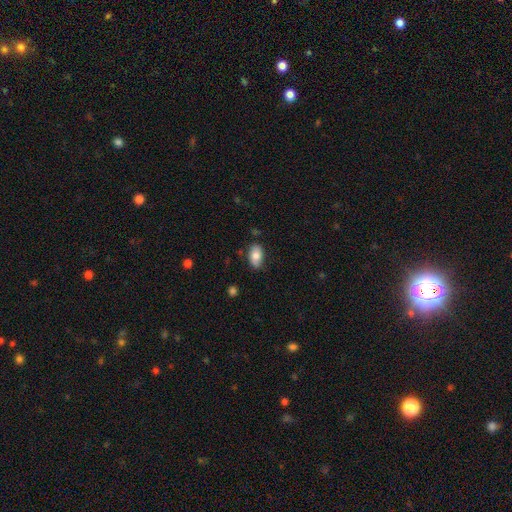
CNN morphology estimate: This appears to be a smooth galaxy with no disk features (80%) that is in between round and cigar-shaped (91%). Merging: none (79%).